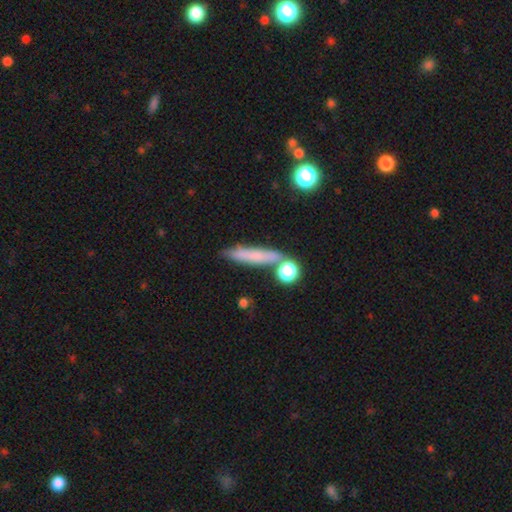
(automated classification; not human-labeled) Smooth or featured?
  - smooth: 66% *
  - featured or disk: 23%
  - star or artifact: 10%
How rounded?
  - cigar-shaped: 83% *
  - in between: 10%
  - round: 6%
Merging?
  - none: 72% *
  - minor disturbance: 13%
  - merger: 11%
  - major disturbance: 4%